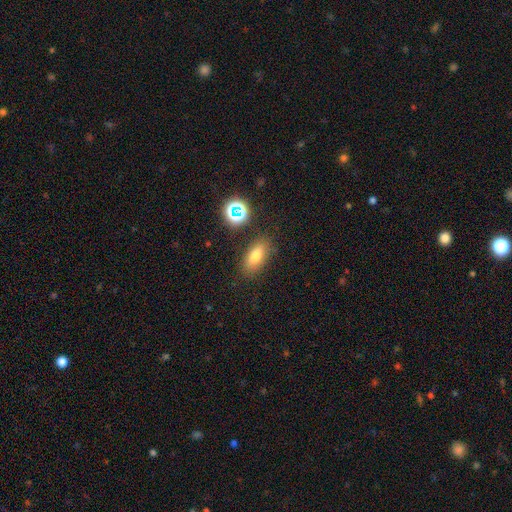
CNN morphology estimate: A smooth galaxy with no disk features (73%) that is in between round and cigar-shaped (78%).

Vote fractions:
- Smooth or featured? smooth: 73% / star or artifact: 14% / featured or disk: 13%
- How rounded? in between: 78% / cigar-shaped: 14% / round: 8%
- Merging? none: 82% / minor disturbance: 11% / major disturbance: 3% / merger: 3%